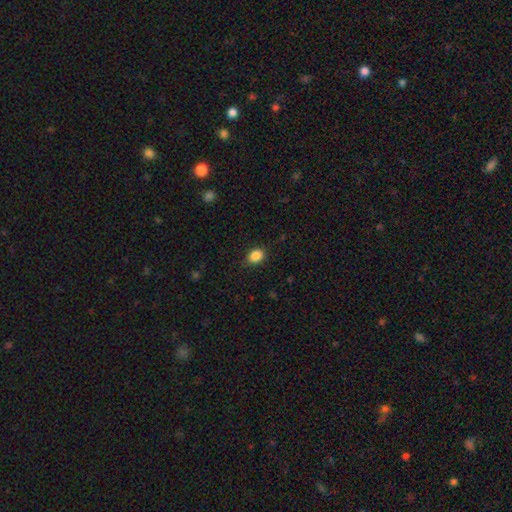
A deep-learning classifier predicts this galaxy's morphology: smooth 86%, star or artifact 10%, featured or disk 4%. Down the decision tree: how rounded — in between (57%); merging — none (83%).